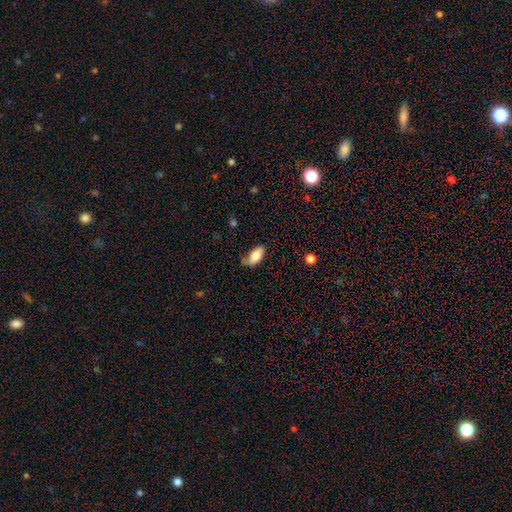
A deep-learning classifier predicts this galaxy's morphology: smooth-or-featured: smooth: 81% | featured or disk: 12% | star or artifact: 7%
  how-rounded: in between: 92% | cigar-shaped: 5% | round: 3%
  merging: none: 60% | minor disturbance: 29% | major disturbance: 7% | merger: 4%